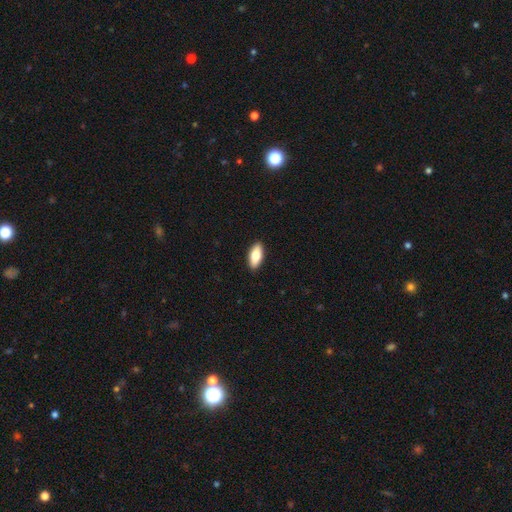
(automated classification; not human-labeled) This is likely a smooth galaxy (78%). How rounded: clearly in between (82%). Merging: clearly none (91%).